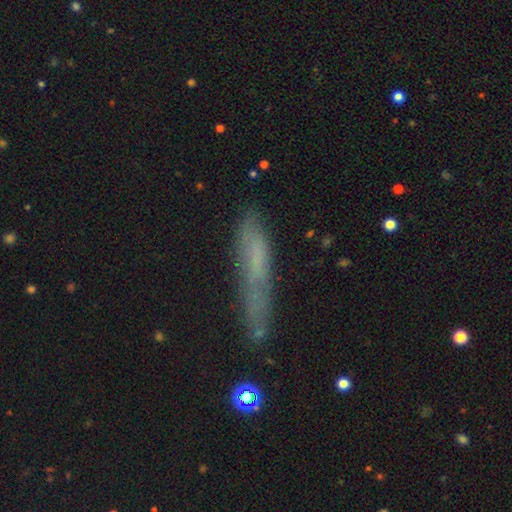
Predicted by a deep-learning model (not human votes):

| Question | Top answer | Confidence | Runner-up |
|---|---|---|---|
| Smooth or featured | smooth | 54% | featured or disk (36%) |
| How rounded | cigar-shaped | 90% | in between (8%) |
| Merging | none | 61% | minor disturbance (25%) |